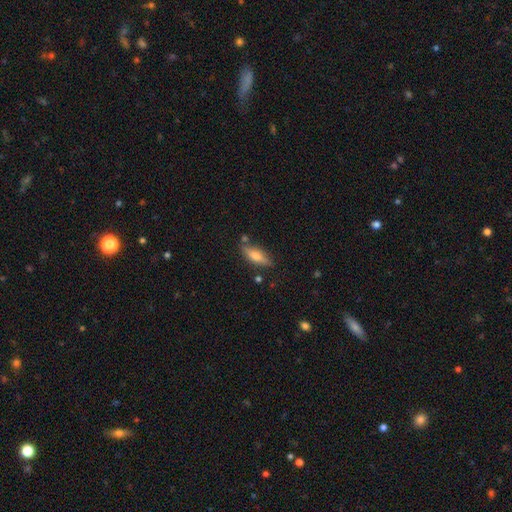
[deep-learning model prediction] A smooth galaxy with no disk features (60%) that is in between round and cigar-shaped (53%).

Vote fractions:
- Smooth or featured? smooth: 60% / featured or disk: 33% / star or artifact: 7%
- How rounded? in between: 53% / cigar-shaped: 44% / round: 3%
- Merging? none: 78% / minor disturbance: 14% / merger: 5% / major disturbance: 3%